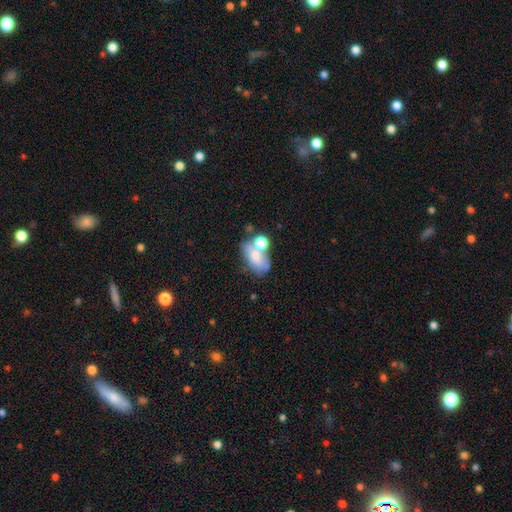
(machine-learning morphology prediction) This is possibly a smooth galaxy (58%). How rounded: clearly in between (80%). Merging: marginally merger (40%).